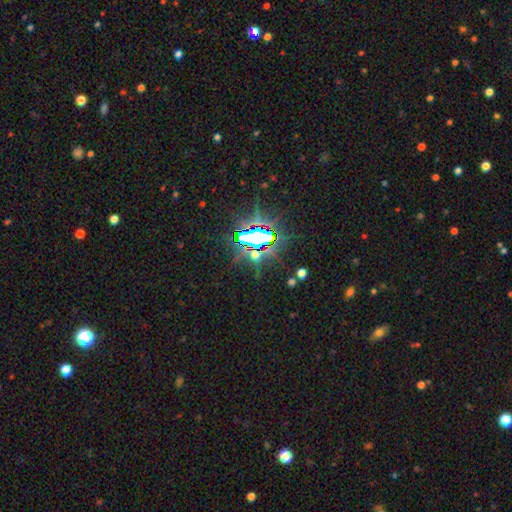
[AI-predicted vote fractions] smooth_or_featured: star or artifact (p=0.82) [alt: smooth p=0.10]